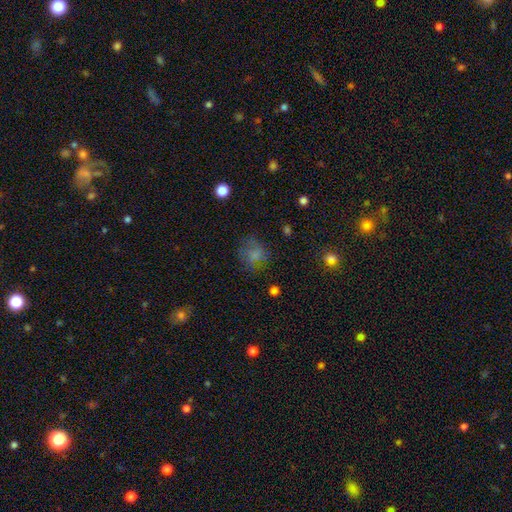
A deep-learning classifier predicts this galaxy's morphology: Smooth or featured? smooth (72%)
How rounded? round (78%)
Merging? none (70%)